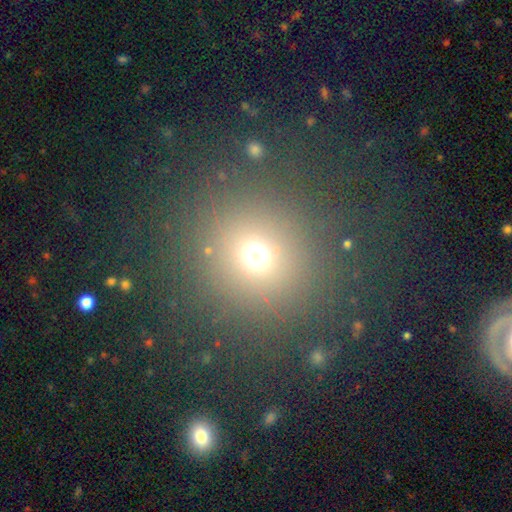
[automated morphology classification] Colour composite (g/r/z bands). It shows a smooth galaxy with no disk features (67%) that is round (90%). Merging: none (83%).